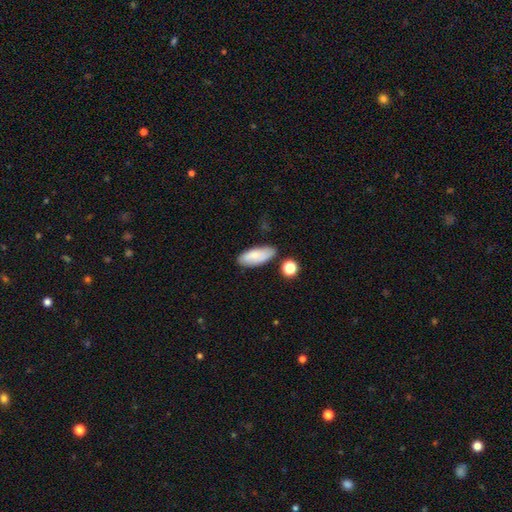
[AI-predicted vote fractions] This appears to be a smooth galaxy with no disk features (79%) that is in between round and cigar-shaped (80%). Merging: none (74%).